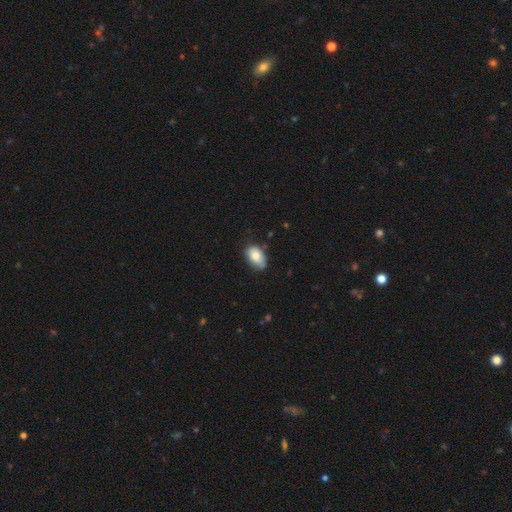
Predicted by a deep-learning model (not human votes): The model was most divided on "merging": none: 60%, minor disturbance: 31%, major disturbance: 6%, merger: 2%. More confident: how rounded — in between (88%); smooth or featured — smooth (75%).